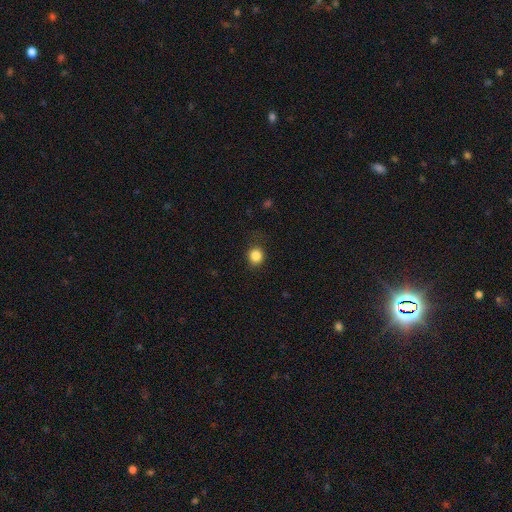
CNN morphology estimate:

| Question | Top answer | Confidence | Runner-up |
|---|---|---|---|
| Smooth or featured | smooth | 85% | star or artifact (11%) |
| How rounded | round | 83% | in between (16%) |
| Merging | none | 80% | minor disturbance (14%) |